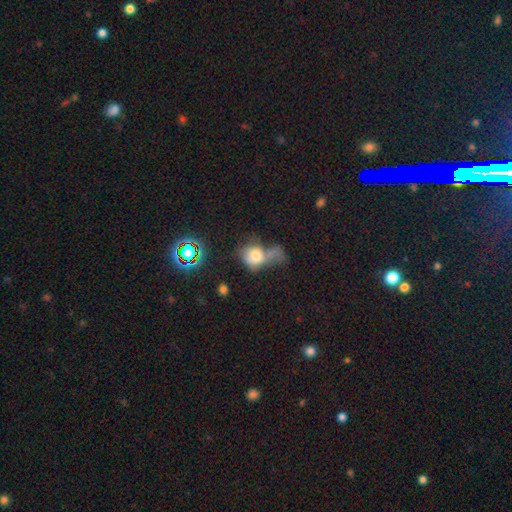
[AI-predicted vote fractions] This appears to be a smooth galaxy with no disk features (63%) that is round (51%). Merging: major disturbance (37%).